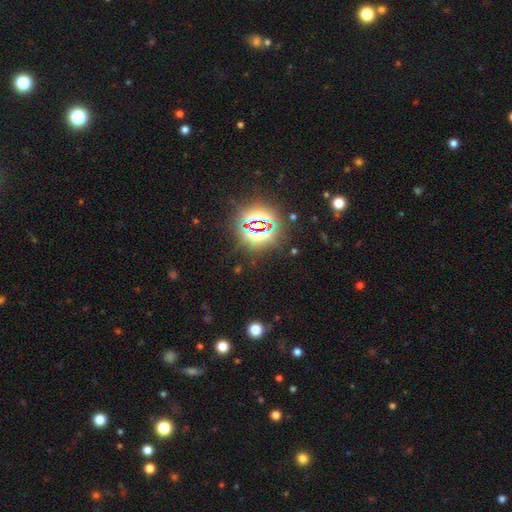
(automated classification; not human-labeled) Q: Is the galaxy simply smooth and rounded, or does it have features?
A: star or artifact — 80%.